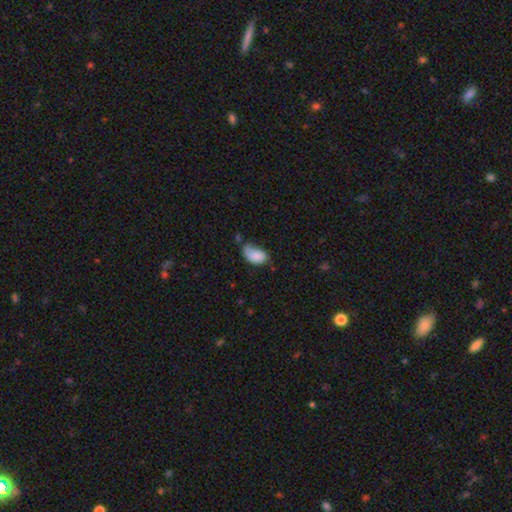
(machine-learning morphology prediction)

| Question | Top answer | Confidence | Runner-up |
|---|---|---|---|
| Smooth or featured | smooth | 84% | featured or disk (8%) |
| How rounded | in between | 93% | round (6%) |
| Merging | minor disturbance | 39% | none (37%) |